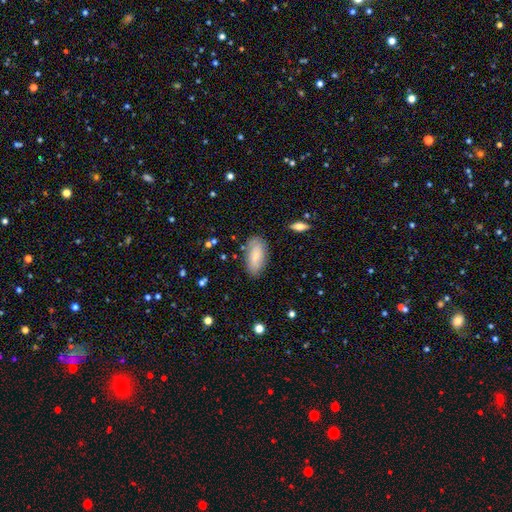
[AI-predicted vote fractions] This appears to be a smooth galaxy with no disk features (65%) that is in between round and cigar-shaped (89%). Merging: none (81%).